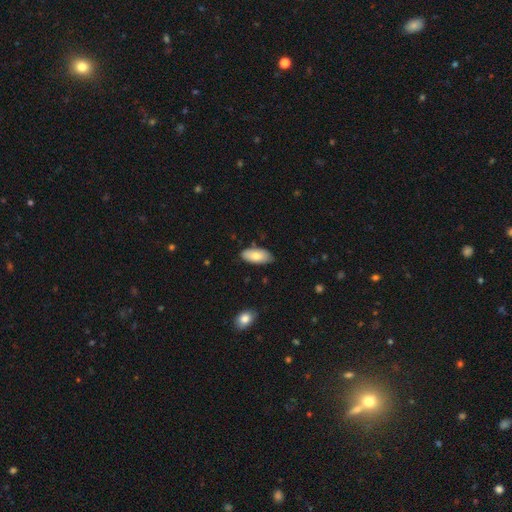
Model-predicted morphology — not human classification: Q: Smooth or featured?
A: smooth (78%); runner-up: featured or disk (16%)
Q: How rounded?
A: in between (91%); runner-up: cigar-shaped (7%)
Q: Merging?
A: none (81%); runner-up: minor disturbance (15%)